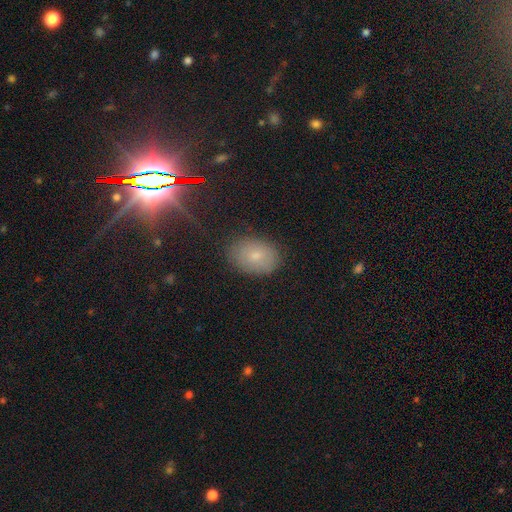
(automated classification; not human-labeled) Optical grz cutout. It shows a smooth galaxy with no disk features (71%) that is in between round and cigar-shaped (73%). Merging: none (84%).